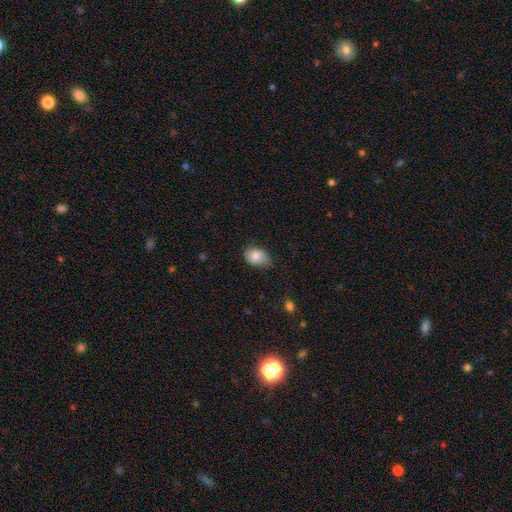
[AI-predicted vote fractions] This appears to be a smooth galaxy with no disk features (82%) that is in between round and cigar-shaped (76%). Merging: none (70%).